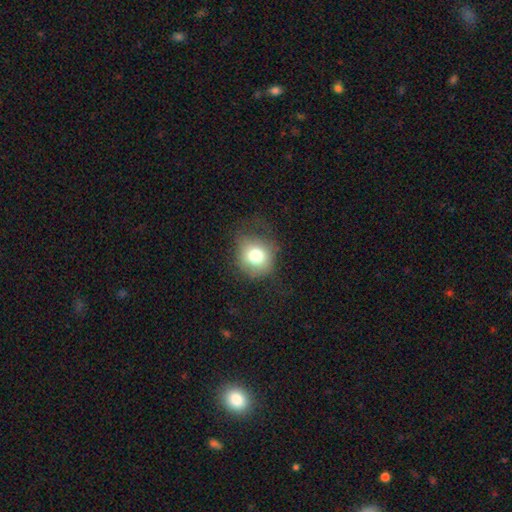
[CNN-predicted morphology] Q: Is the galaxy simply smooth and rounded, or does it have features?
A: smooth — 75%.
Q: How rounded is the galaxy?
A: round — 81%.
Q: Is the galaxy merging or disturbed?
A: none — 67%.